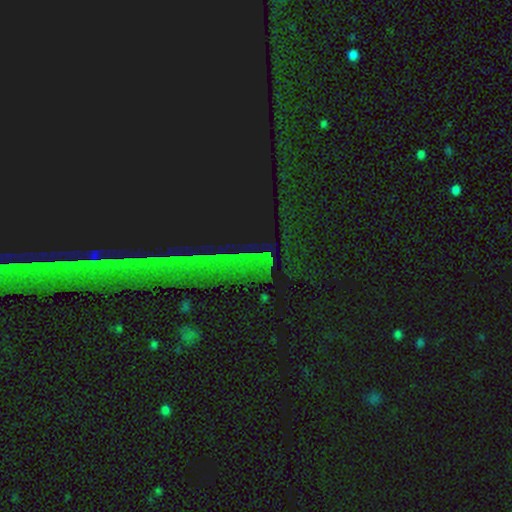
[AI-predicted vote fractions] Overall: star or artifact (80%).